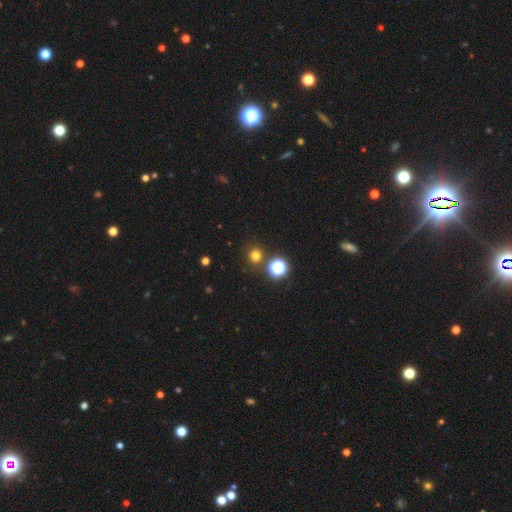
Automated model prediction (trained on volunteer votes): This appears to be a smooth galaxy with no disk features (73%) that is round (93%). Merging: none (84%).